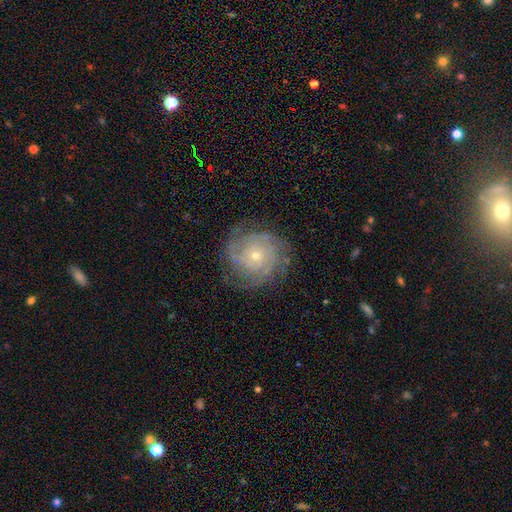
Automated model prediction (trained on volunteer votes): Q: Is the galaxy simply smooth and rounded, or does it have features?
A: featured or disk — 82%.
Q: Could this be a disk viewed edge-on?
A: no — 97%.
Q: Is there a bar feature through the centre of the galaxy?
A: no — 81%.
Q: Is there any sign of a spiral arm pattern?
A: yes — 95%.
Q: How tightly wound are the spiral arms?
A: tight — 71%.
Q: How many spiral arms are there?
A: can't tell — 32%.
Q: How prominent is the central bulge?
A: small — 67%.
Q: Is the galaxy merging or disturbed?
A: none — 78%.